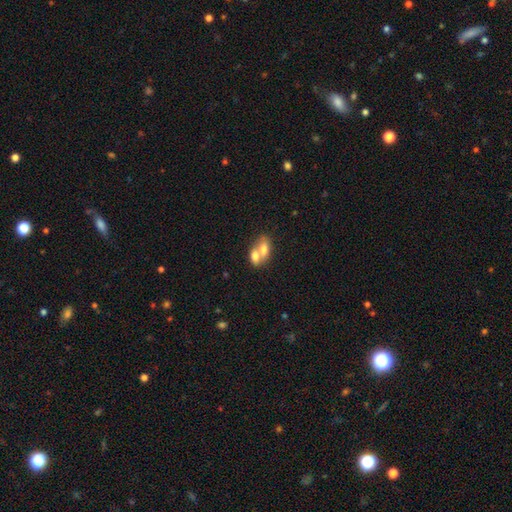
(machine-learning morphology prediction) type=smooth (71%); roundness=in between (82%); merging=merger (73%).